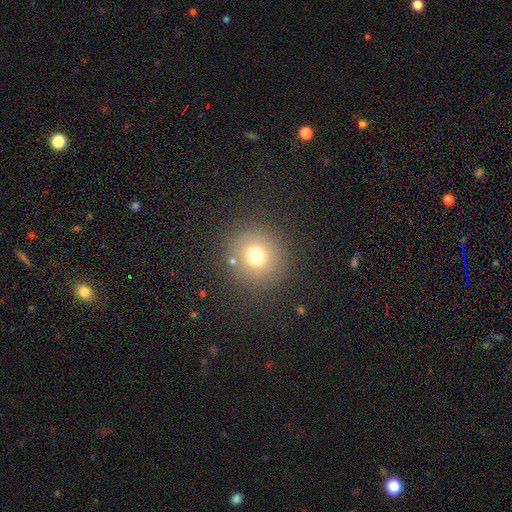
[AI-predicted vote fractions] The model was most divided on "smooth or featured": smooth: 71%, star or artifact: 17%, featured or disk: 12%. More confident: how rounded — round (92%); merging — none (84%).